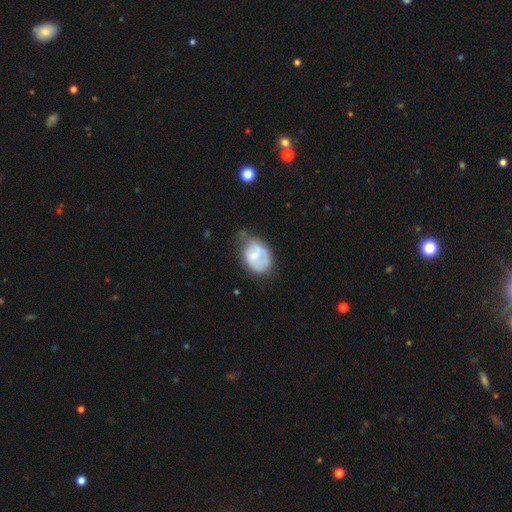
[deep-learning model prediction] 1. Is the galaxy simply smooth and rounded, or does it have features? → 49% smooth, 45% featured or disk, 7% star or artifact.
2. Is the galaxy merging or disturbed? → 37% minor disturbance (tied), 37% none (tied), 20% major disturbance, 6% merger.